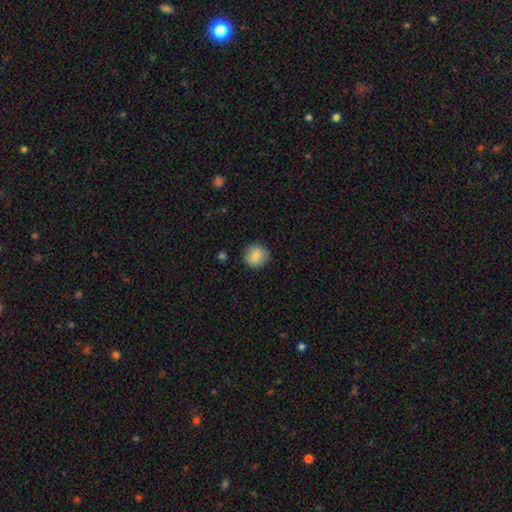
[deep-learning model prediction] smooth 85%, star or artifact 8%, featured or disk 6%. Down the decision tree: how rounded — round (93%); merging — none (89%).